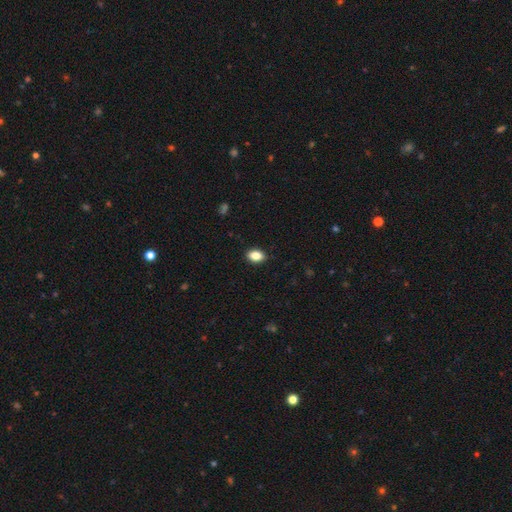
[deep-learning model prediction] Morphology: type=smooth (85%); roundness=in between (82%); merging=none (89%).